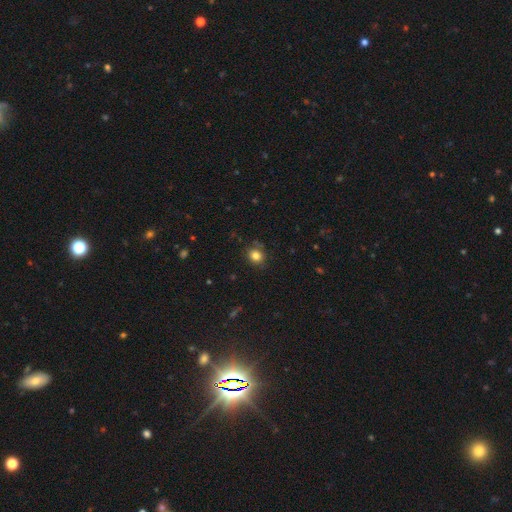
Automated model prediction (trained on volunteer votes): smooth-or-featured: smooth: 82% | star or artifact: 12% | featured or disk: 6%
  how-rounded: round: 76% | in between: 23% | cigar-shaped: 1%
  merging: none: 83% | minor disturbance: 12% | major disturbance: 3% | merger: 2%